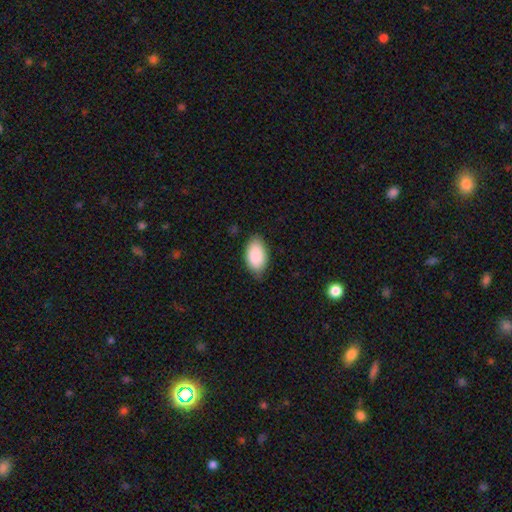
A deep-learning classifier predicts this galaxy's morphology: Smooth or featured: smooth — 89% (star or artifact — 6%)
How rounded: in between — 95% (round — 3%)
Merging: none — 79% (minor disturbance — 17%)